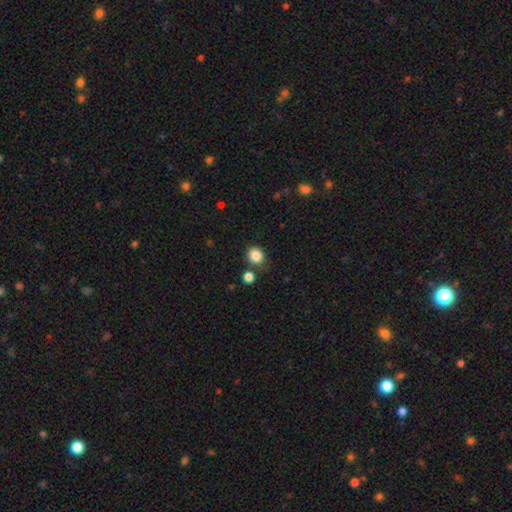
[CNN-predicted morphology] Overall: smooth (85%). How rounded: round (79%). Merging: none (75%).